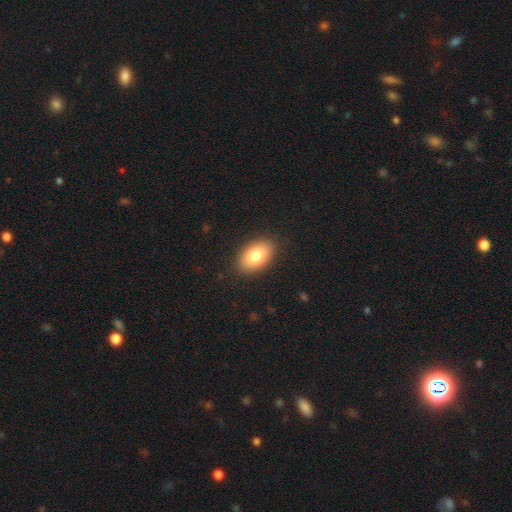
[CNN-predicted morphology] Smooth or featured: smooth — 80% (featured or disk — 12%)
How rounded: in between — 90% (round — 8%)
Merging: none — 88% (minor disturbance — 9%)